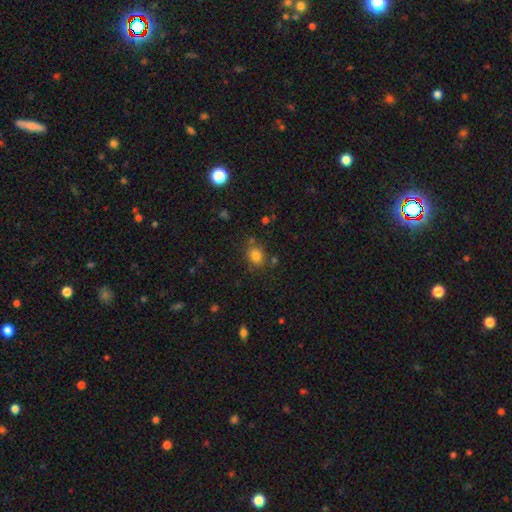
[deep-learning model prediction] smooth_or_featured: smooth (p=0.80) [alt: star or artifact p=0.13]
how_rounded: round (p=0.62) [alt: in between p=0.37]
merging: none (p=0.72) [alt: minor disturbance p=0.15]